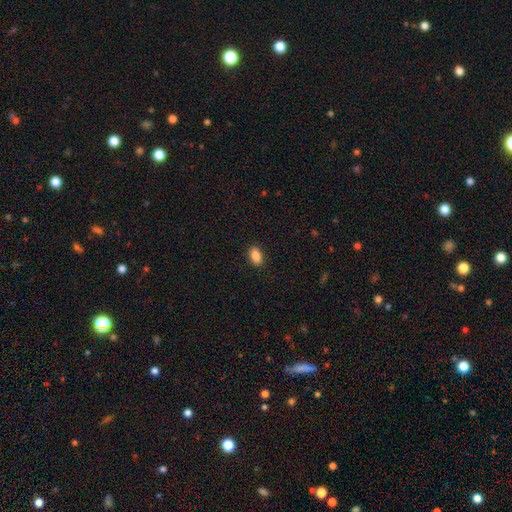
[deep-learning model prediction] The model was most divided on "smooth or featured": smooth: 87%, star or artifact: 8%, featured or disk: 4%. More confident: how rounded — in between (90%); merging — none (89%).